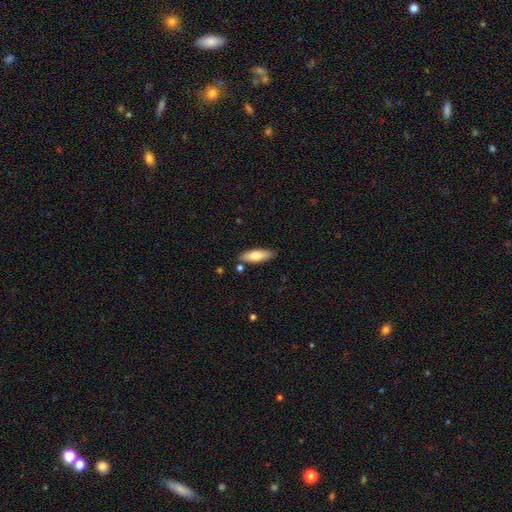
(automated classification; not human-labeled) Overall: smooth (72%). How rounded: in between (51%; cigar-shaped 47%). Merging: none (83%).